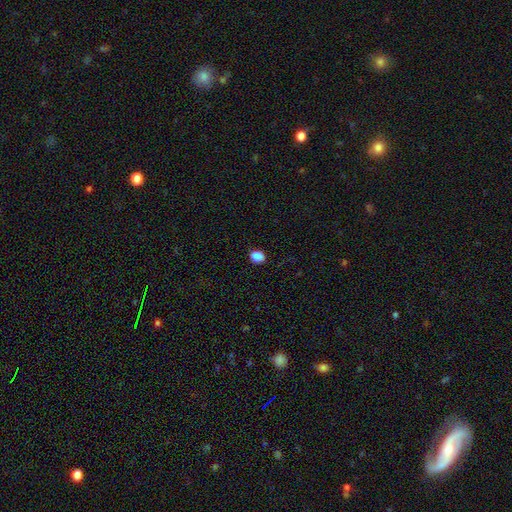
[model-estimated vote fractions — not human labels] smooth-or-featured: smooth: 85% | star or artifact: 11% | featured or disk: 5%
  how-rounded: round: 51% | in between: 48% | cigar-shaped: 1%
  merging: none: 79% | minor disturbance: 16% | major disturbance: 3% | merger: 2%